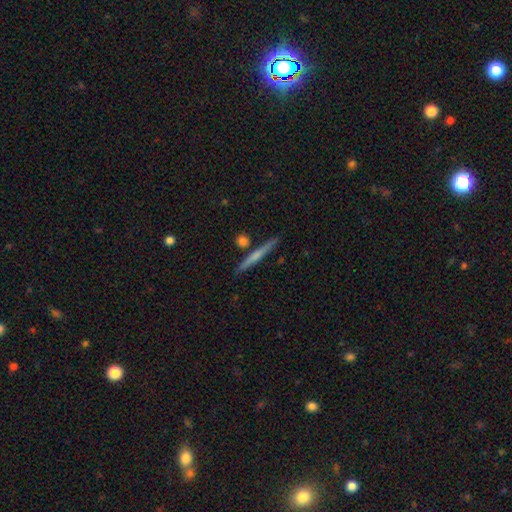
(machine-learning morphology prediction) Smooth or featured? featured or disk (51%)
Edge-on disk? yes (97%)
Merging? none (85%)